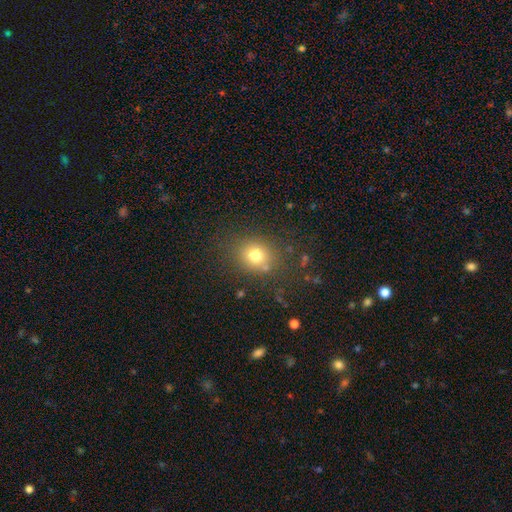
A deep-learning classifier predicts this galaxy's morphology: smooth 75%, star or artifact 15%, featured or disk 10%. Down the decision tree: how rounded — round (69%); merging — none (78%).